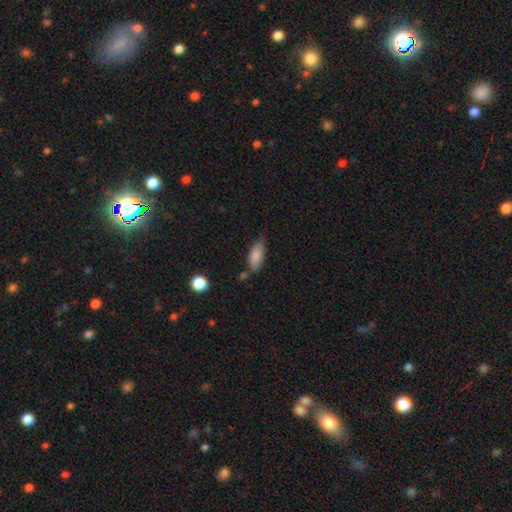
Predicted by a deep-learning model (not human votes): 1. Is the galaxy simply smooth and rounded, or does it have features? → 85% smooth, 8% featured or disk, 7% star or artifact.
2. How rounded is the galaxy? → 83% in between, 14% cigar-shaped, 2% round.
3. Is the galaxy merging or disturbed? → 61% none, 27% minor disturbance, 8% merger, 5% major disturbance.